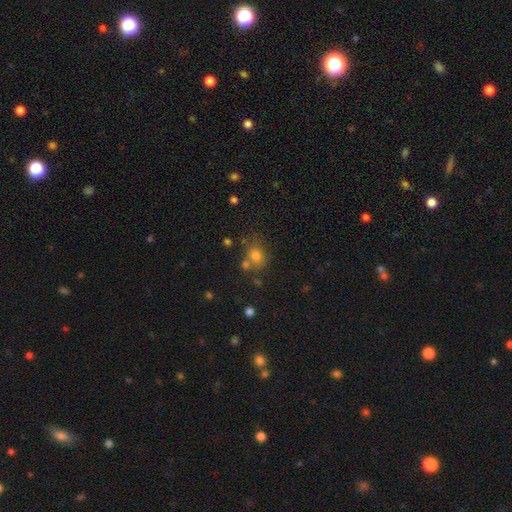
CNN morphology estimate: smooth-or-featured: smooth: 75% | star or artifact: 14% | featured or disk: 11%
  how-rounded: round: 60% | in between: 39% | cigar-shaped: 1%
  merging: none: 59% | merger: 19% | minor disturbance: 16% | major disturbance: 6%